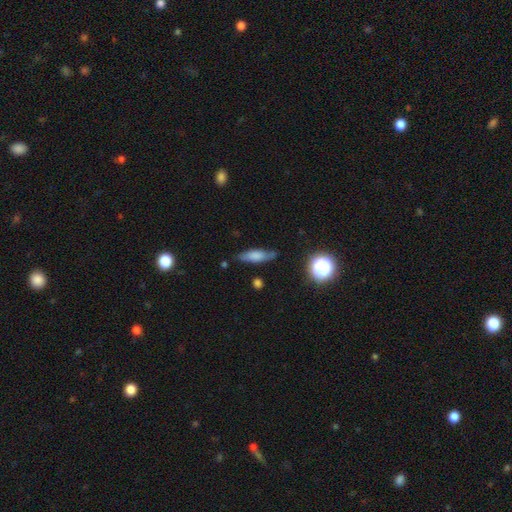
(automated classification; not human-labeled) Smooth or featured: smooth — 63% (featured or disk — 27%)
How rounded: cigar-shaped — 49% (in between — 46%)
Merging: none — 71% (minor disturbance — 22%)